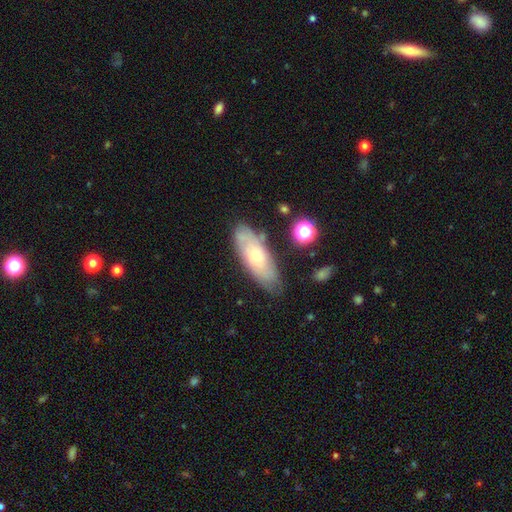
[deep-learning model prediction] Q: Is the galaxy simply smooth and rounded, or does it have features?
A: featured or disk — 47%.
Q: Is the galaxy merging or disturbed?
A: none — 72%.